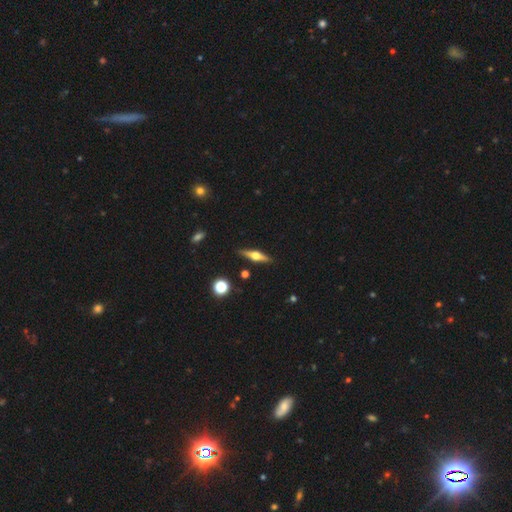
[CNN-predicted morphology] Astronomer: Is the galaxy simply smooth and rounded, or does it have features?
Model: featured or disk — 67%.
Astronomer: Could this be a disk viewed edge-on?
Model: yes — 96%.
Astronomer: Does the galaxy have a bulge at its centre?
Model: rounded — 94%.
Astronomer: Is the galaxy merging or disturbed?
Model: none — 88%.